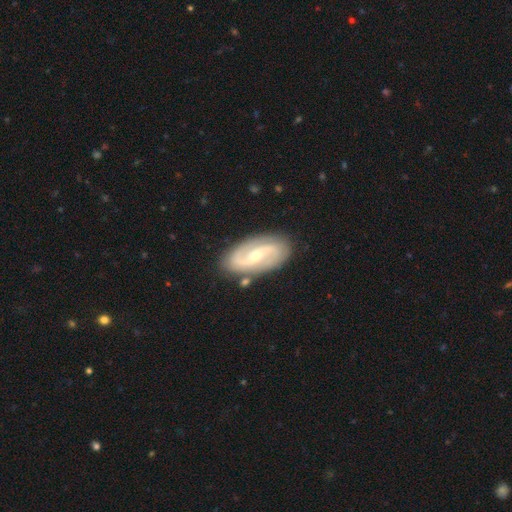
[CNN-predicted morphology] Q: Smooth or featured?
A: featured or disk (87%); runner-up: smooth (8%)
Q: Edge-on disk?
A: no (96%); runner-up: yes (4%)
Q: Bar?
A: weak (44%); runner-up: no (29%)
Q: Spiral arms?
A: yes (96%); runner-up: no (4%)
Q: Spiral winding?
A: medium (44%); runner-up: loose (36%)
Q: Spiral arm count?
A: 2 (92%); runner-up: can't tell (3%)
Q: Bulge size?
A: small (55%); runner-up: moderate (42%)
Q: Merging?
A: none (84%); runner-up: minor disturbance (11%)